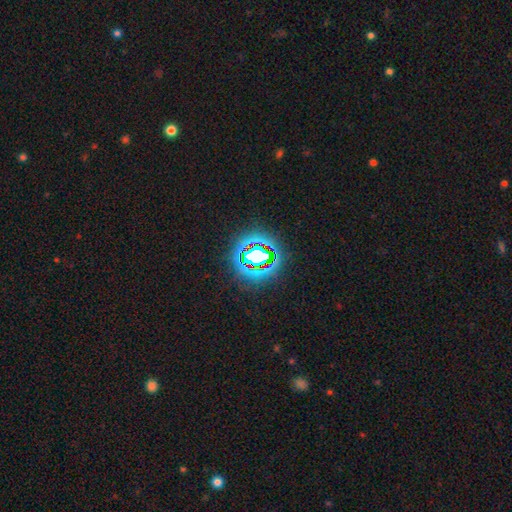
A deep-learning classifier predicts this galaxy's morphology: Smooth or featured? Predicted: star or artifact (p=0.70).